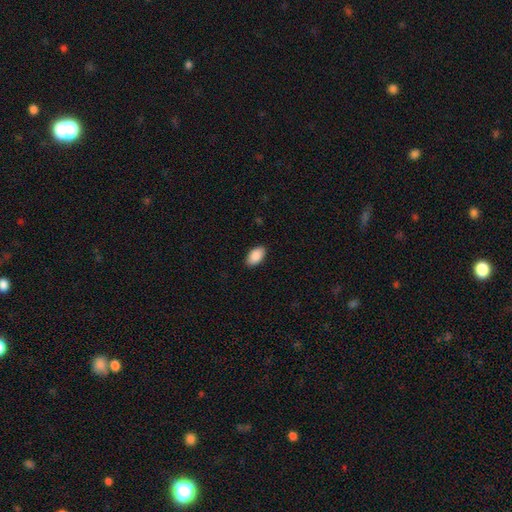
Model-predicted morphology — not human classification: smooth 90%, star or artifact 6%, featured or disk 4%. Down the decision tree: how rounded — in between (95%); merging — none (89%).